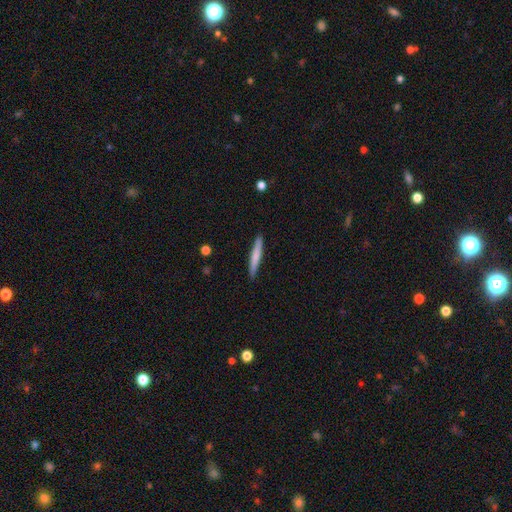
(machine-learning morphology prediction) smooth 68%, featured or disk 27%, star or artifact 5%. Down the decision tree: how rounded — cigar-shaped (95%); merging — none (89%).